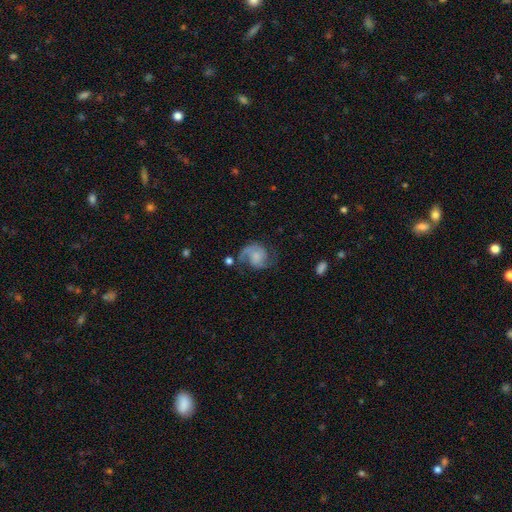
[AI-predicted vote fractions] Q: Smooth or featured?
A: featured or disk (75%); runner-up: smooth (18%)
Q: Edge-on disk?
A: no (98%); runner-up: yes (2%)
Q: Bar?
A: no (65%); runner-up: weak (30%)
Q: Spiral arms?
A: yes (94%); runner-up: no (6%)
Q: Spiral winding?
A: medium (47%); runner-up: loose (28%)
Q: Spiral arm count?
A: 2 (73%); runner-up: 1 (17%)
Q: Bulge size?
A: small (35%); runner-up: none (29%)
Q: Merging?
A: none (53%); runner-up: minor disturbance (23%)